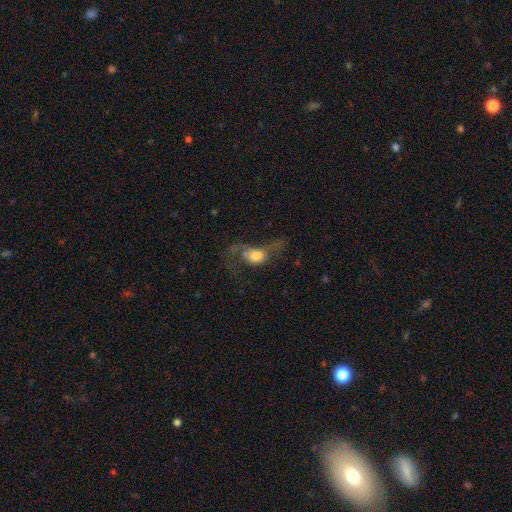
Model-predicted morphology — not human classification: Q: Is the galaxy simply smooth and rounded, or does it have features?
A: smooth — 55%.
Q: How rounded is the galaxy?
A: in between — 62%.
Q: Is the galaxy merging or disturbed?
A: major disturbance — 58%.